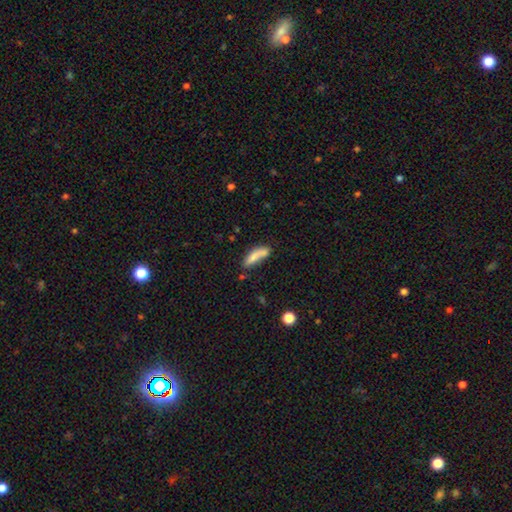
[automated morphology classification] A smooth galaxy with no disk features (78%) that is cigar-shaped (56%). Merging: none (51%).